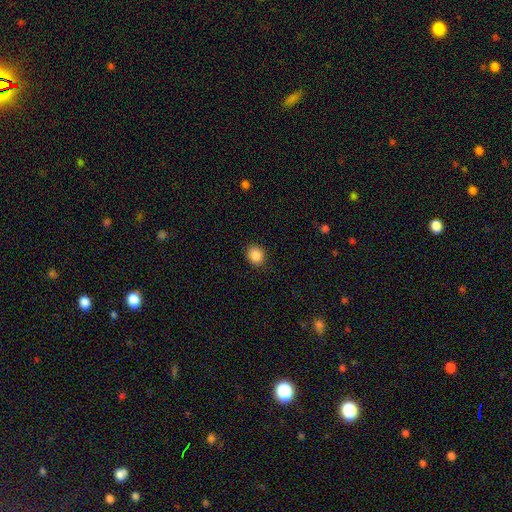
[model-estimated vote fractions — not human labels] Smooth or featured?
  - smooth: 88% *
  - star or artifact: 9%
  - featured or disk: 3%
How rounded?
  - round: 65% *
  - in between: 34%
  - cigar-shaped: 1%
Merging?
  - none: 89% *
  - minor disturbance: 8%
  - major disturbance: 2%
  - merger: 1%